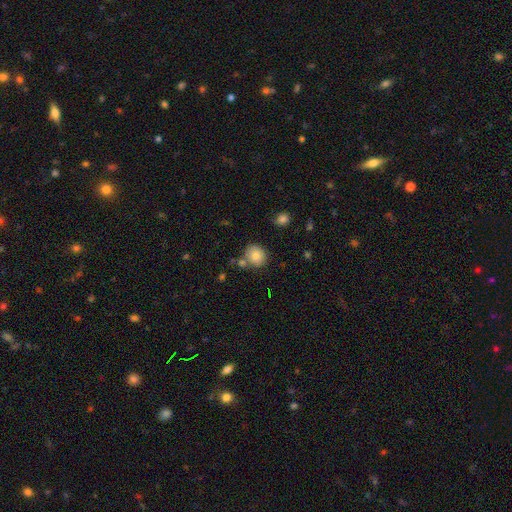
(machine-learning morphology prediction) Smooth or featured?
  - smooth: 84% *
  - star or artifact: 9%
  - featured or disk: 7%
How rounded?
  - round: 79% *
  - in between: 20%
  - cigar-shaped: 1%
Merging?
  - none: 72% *
  - minor disturbance: 12%
  - merger: 12%
  - major disturbance: 3%